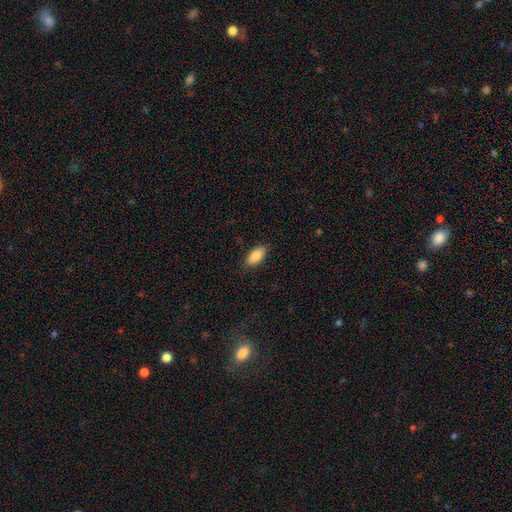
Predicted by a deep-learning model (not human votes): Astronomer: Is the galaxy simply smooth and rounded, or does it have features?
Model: smooth — 87%.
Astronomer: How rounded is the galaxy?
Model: in between — 92%.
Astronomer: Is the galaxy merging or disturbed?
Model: none — 86%.